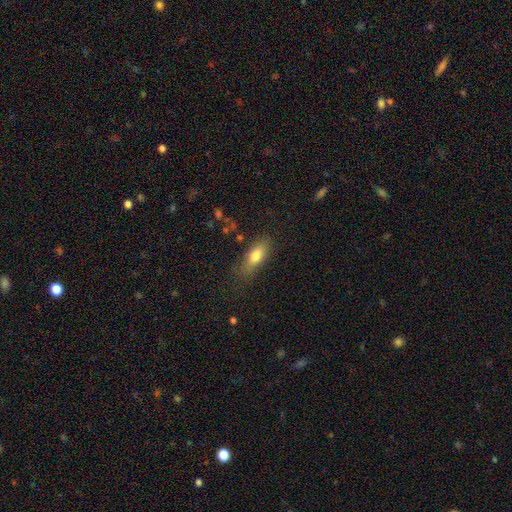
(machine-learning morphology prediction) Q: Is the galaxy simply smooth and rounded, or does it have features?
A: smooth — 76%.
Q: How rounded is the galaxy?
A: in between — 71%.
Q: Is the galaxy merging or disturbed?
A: none — 71%.